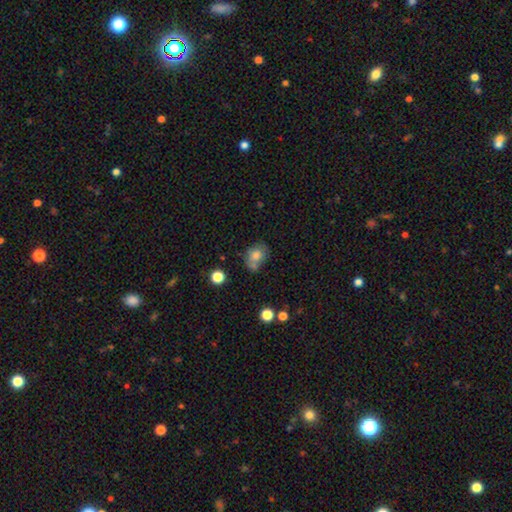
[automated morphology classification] The model was most divided on "how rounded": in between: 56%, round: 43%, cigar-shaped: 1%. Remaining: smooth or featured — smooth (73%); merging — none (46%).